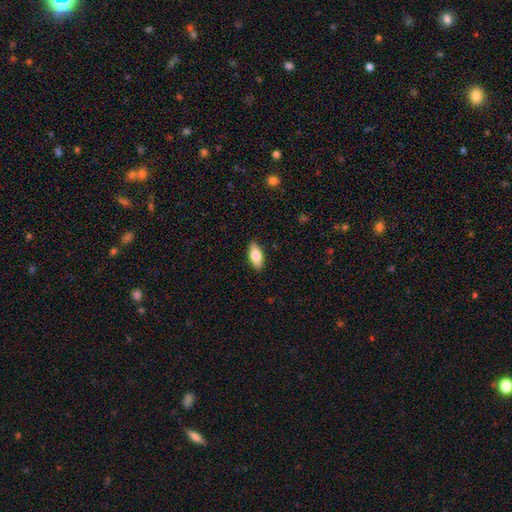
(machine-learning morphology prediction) smooth 78%, featured or disk 15%, star or artifact 6%. Down the decision tree: how rounded — in between (87%); merging — none (89%).